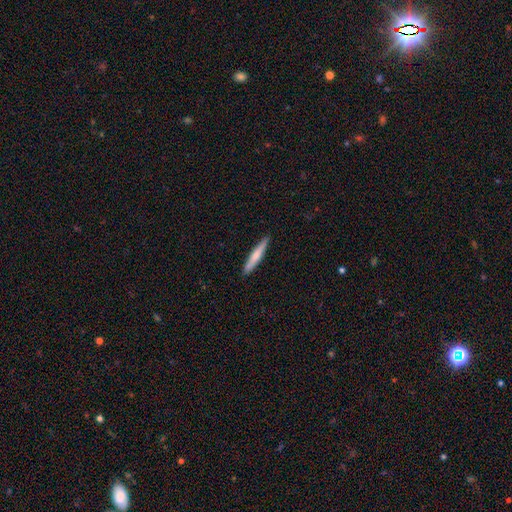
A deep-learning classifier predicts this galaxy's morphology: smooth_or_featured: smooth (p=0.65) [alt: featured or disk p=0.30]
how_rounded: cigar-shaped (p=0.94) [alt: in between p=0.05]
merging: none (p=0.91) [alt: minor disturbance p=0.07]